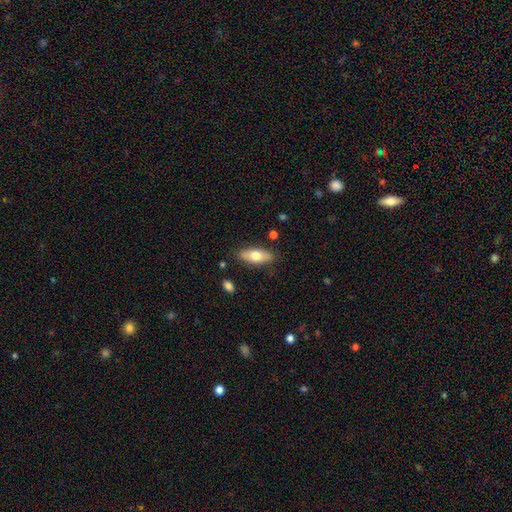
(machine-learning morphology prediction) smooth-or-featured: smooth: 66% | featured or disk: 28% | star or artifact: 6%
  how-rounded: in between: 75% | cigar-shaped: 22% | round: 3%
  merging: none: 84% | minor disturbance: 11% | major disturbance: 2% | merger: 2%